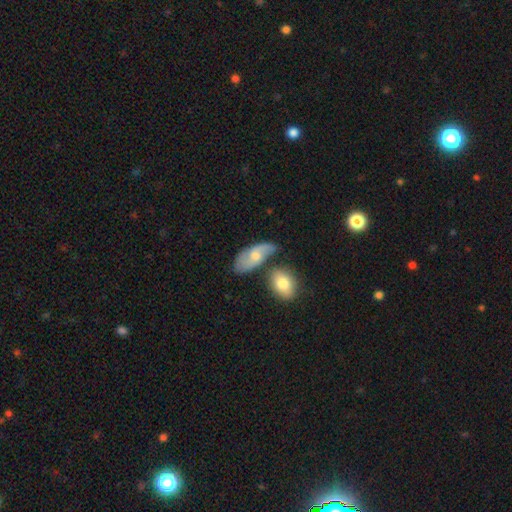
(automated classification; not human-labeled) Overall: smooth (50%; featured or disk 44%). Merging: none (49%; minor disturbance 23%).